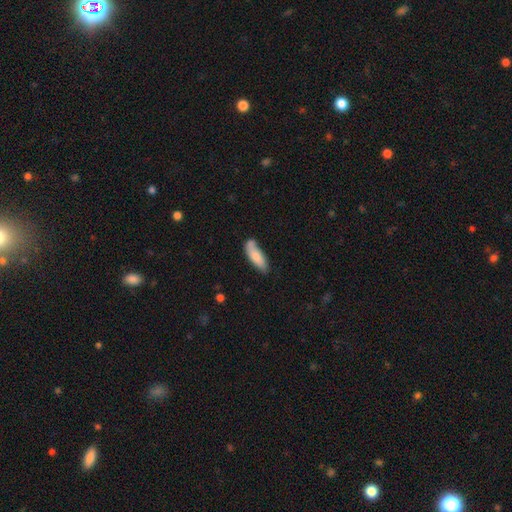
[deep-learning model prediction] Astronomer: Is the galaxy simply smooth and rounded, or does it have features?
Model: smooth — 79%.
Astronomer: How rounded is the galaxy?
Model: in between — 54% (runner-up: cigar-shaped, 44%).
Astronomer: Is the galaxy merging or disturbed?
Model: none — 62%.